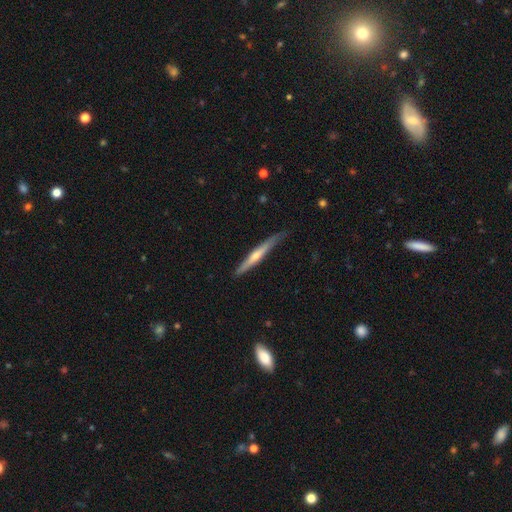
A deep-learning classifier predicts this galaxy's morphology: smooth-or-featured: featured or disk: 65% | smooth: 30% | star or artifact: 6%
  disk-edge-on: yes: 96% | no: 4%
    edge-on-bulge: rounded: 74% | none: 21% | boxy: 5%
  merging: none: 78% | minor disturbance: 18% | major disturbance: 3% | merger: 1%